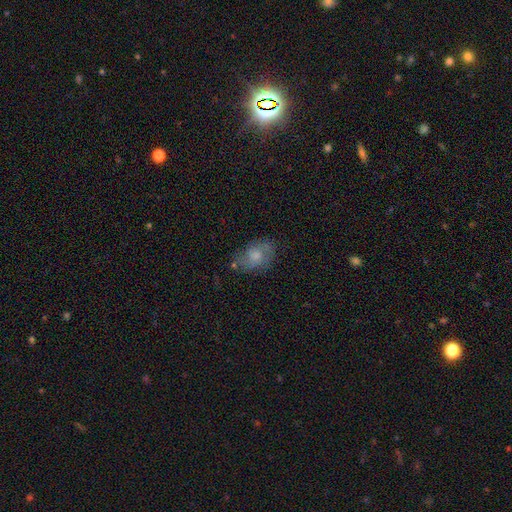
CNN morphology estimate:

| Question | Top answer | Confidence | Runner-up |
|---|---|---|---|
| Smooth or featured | smooth | 57% | featured or disk (34%) |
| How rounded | in between | 77% | round (22%) |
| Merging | none | 61% | minor disturbance (25%) |